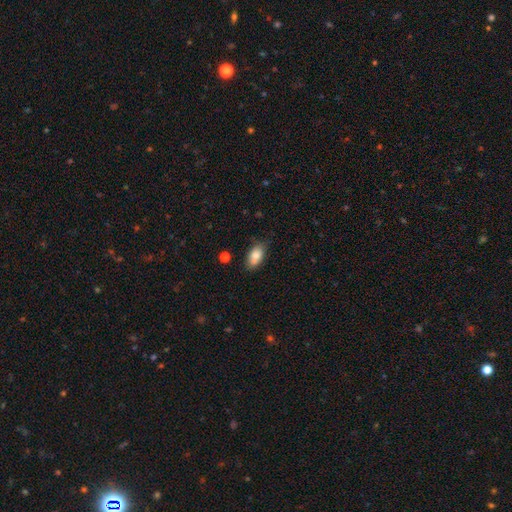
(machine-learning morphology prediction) smooth 83%, featured or disk 9%, star or artifact 7%. Down the decision tree: how rounded — in between (91%); merging — none (73%).